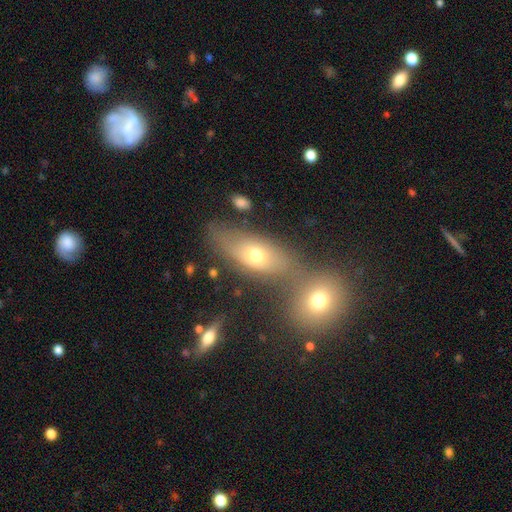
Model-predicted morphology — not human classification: type=smooth (62%); roundness=in between (74%); merging=none (50%).